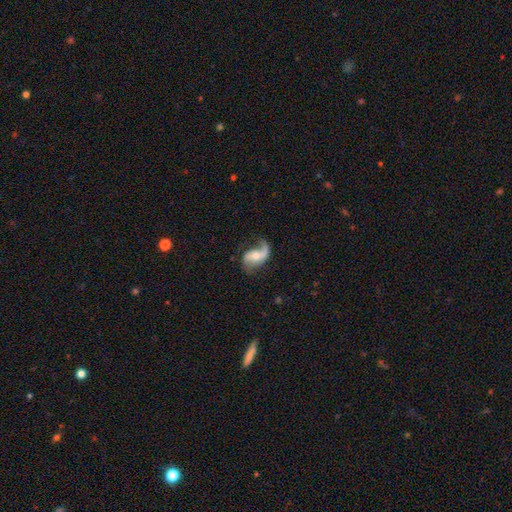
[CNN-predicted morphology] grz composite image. It shows a featured or disk galaxy (79%) with no bar (47%), 2 (66%) loose (68%) spiral arms (93%) and a moderate central bulge (58%). Merging: none (52%).